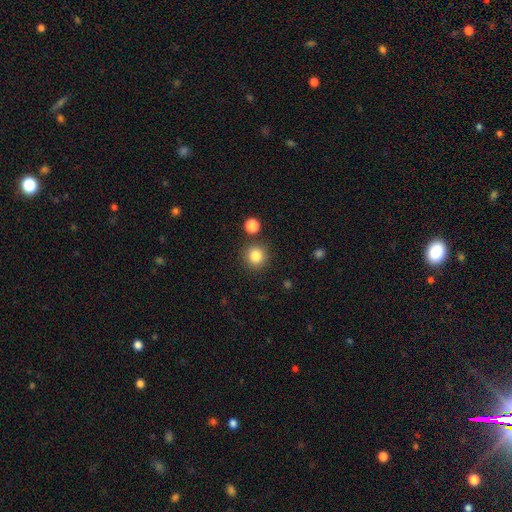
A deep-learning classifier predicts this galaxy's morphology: A smooth galaxy with no disk features (84%) that is round (92%).

Vote fractions:
- Smooth or featured? smooth: 84% / star or artifact: 11% / featured or disk: 5%
- How rounded? round: 92% / in between: 7% / cigar-shaped: 1%
- Merging? none: 86% / minor disturbance: 7% / merger: 5% / major disturbance: 2%